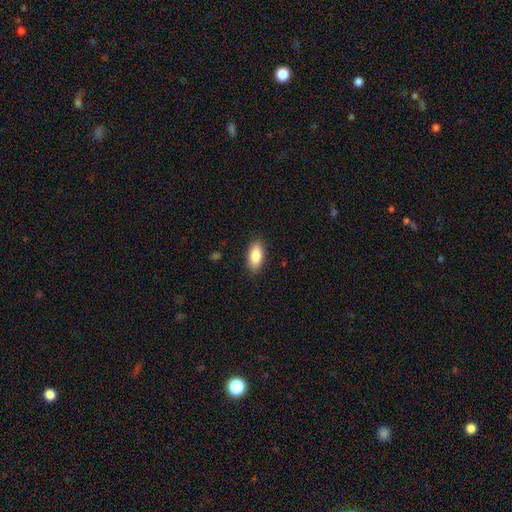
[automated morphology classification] A smooth galaxy with no disk features (85%) that is in between round and cigar-shaped (89%).

Vote fractions:
- Smooth or featured? smooth: 85% / featured or disk: 9% / star or artifact: 6%
- How rounded? in between: 89% / cigar-shaped: 8% / round: 3%
- Merging? none: 89% / minor disturbance: 8% / major disturbance: 2% / merger: 1%